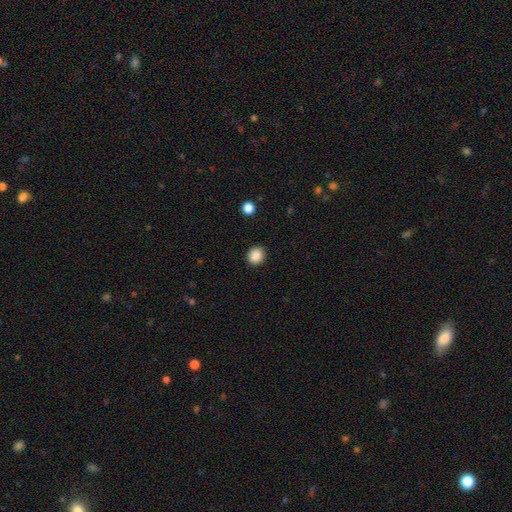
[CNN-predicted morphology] A smooth galaxy with no disk features (87%) that is round (79%).

Vote fractions:
- Smooth or featured? smooth: 87% / star or artifact: 10% / featured or disk: 3%
- How rounded? round: 79% / in between: 20% / cigar-shaped: 1%
- Merging? none: 91% / minor disturbance: 6% / major disturbance: 2% / merger: 1%